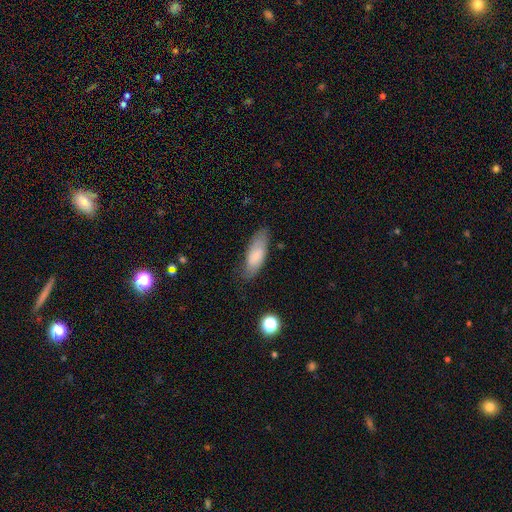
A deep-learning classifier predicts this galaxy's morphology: type=smooth (75%); roundness=in between (70%); merging=none (75%).